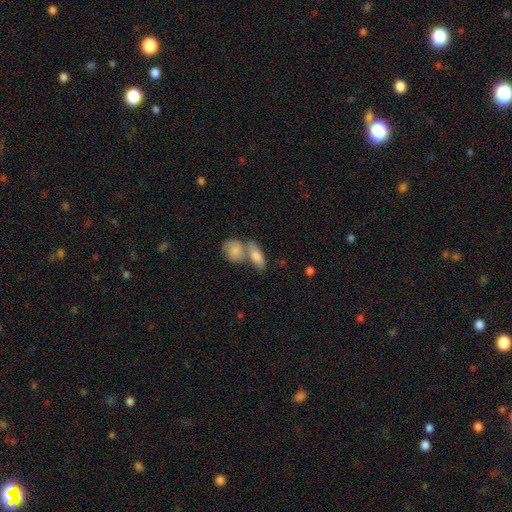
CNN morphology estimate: smooth_or_featured: smooth (p=0.73) [alt: featured or disk p=0.20]
how_rounded: in between (p=0.72) [alt: cigar-shaped p=0.20]
merging: merger (p=0.50) [alt: none p=0.36]